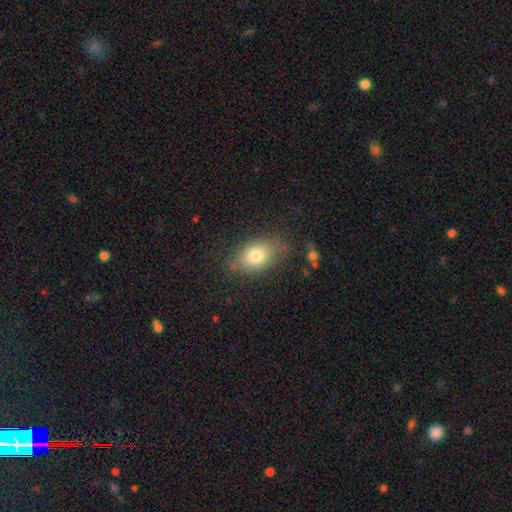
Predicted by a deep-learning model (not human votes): The model was most divided on "merging": none: 74%, minor disturbance: 18%, major disturbance: 6%, merger: 2%. More confident: how rounded — in between (84%); smooth or featured — smooth (77%).